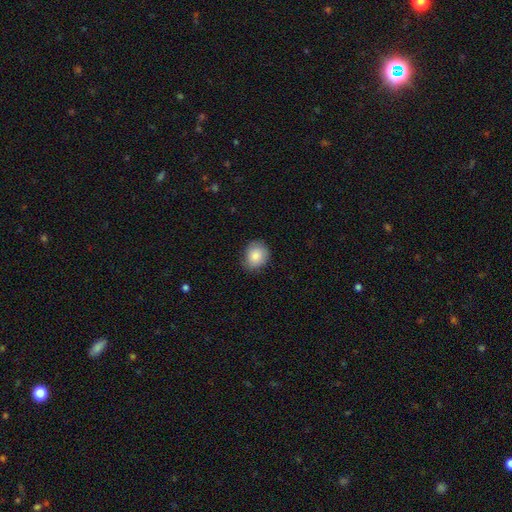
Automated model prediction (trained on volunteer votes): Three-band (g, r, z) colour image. It shows a smooth galaxy with no disk features (85%) that is round (65%). Merging: none (78%).